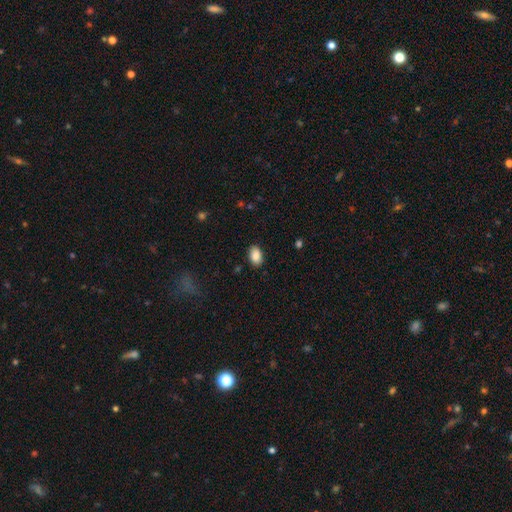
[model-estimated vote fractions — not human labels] Q: Smooth or featured?
A: smooth (88%); runner-up: star or artifact (7%)
Q: How rounded?
A: in between (89%); runner-up: round (10%)
Q: Merging?
A: none (86%); runner-up: minor disturbance (10%)